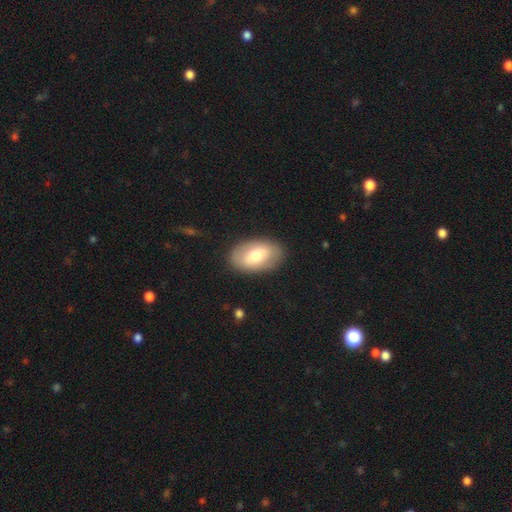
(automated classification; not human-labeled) This is likely a smooth galaxy (65%). How rounded: clearly in between (93%). Merging: clearly none (87%).